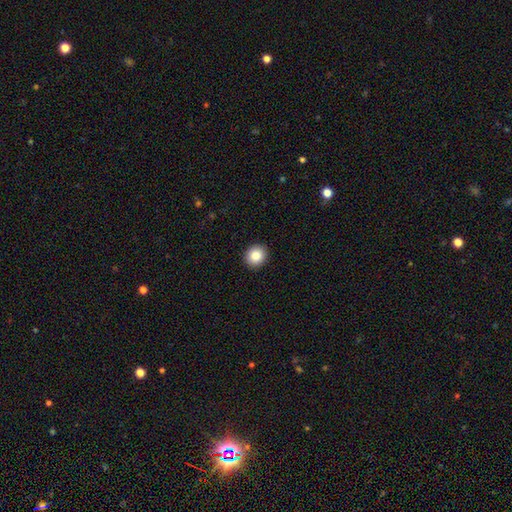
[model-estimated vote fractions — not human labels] smooth 87%, star or artifact 9%, featured or disk 5%. Down the decision tree: how rounded — round (81%); merging — none (92%).